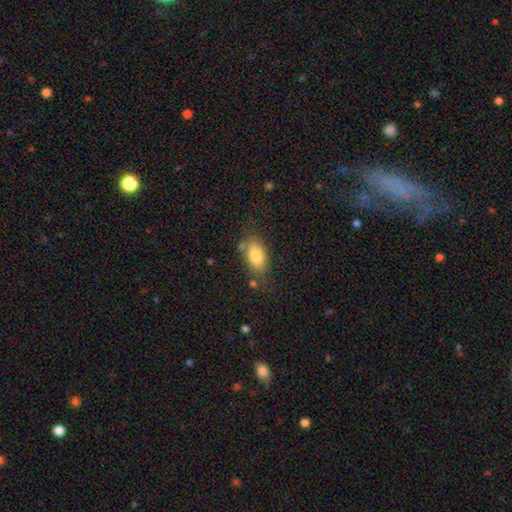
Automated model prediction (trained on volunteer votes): smooth 79%, featured or disk 13%, star or artifact 8%. Down the decision tree: how rounded — in between (87%); merging — none (68%).